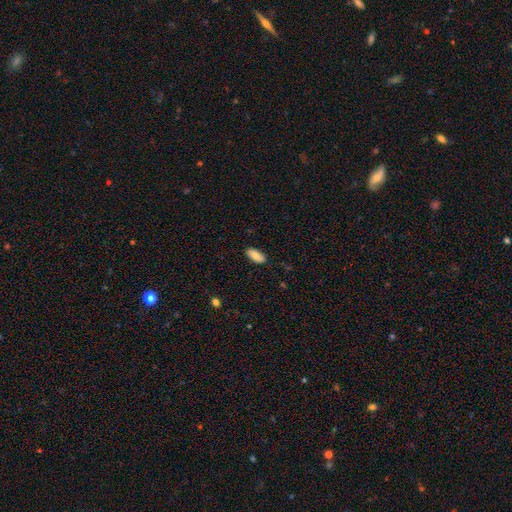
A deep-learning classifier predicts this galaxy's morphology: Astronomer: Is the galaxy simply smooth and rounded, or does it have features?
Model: smooth — 81%.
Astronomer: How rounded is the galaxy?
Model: in between — 88%.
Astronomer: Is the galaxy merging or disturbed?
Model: none — 87%.